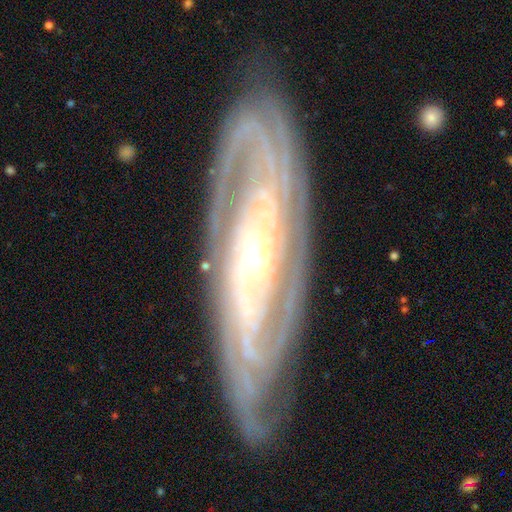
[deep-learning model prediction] This appears to be a featured or disk galaxy (88%) with no bar (50%), tight (75%) spiral arms (96%) and a small central bulge (56%). Merging: none (83%).